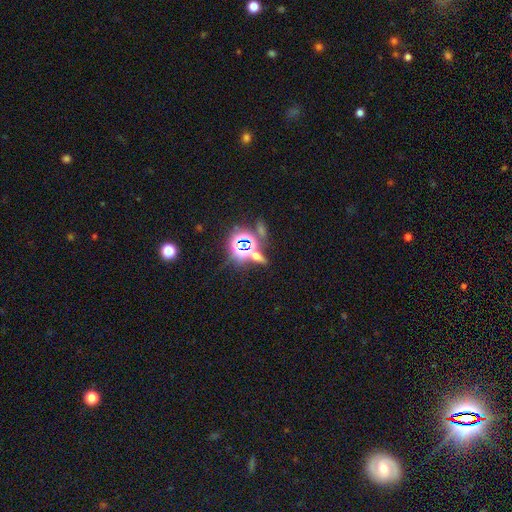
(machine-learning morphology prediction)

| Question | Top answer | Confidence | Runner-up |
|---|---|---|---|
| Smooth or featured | star or artifact | 59% | smooth (27%) |